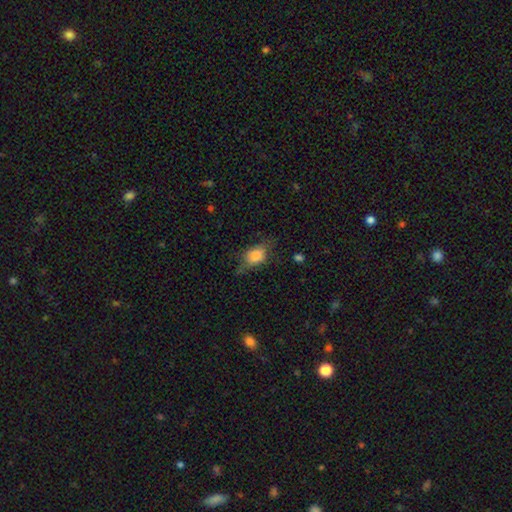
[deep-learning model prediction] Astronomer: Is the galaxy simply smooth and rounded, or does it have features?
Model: smooth — 73%.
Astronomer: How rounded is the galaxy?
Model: in between — 77%.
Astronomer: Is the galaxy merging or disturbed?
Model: none — 50% (runner-up: minor disturbance, 31%).